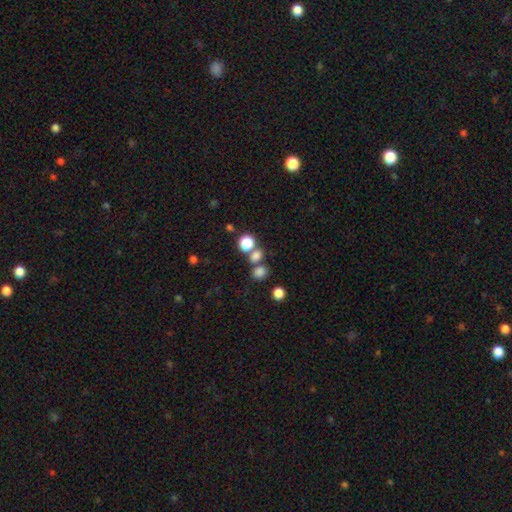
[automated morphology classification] smooth-or-featured: smooth: 75% | star or artifact: 19% | featured or disk: 6%
  how-rounded: round: 69% | in between: 30% | cigar-shaped: 1%
  merging: none: 58% | merger: 30% | minor disturbance: 8% | major disturbance: 4%